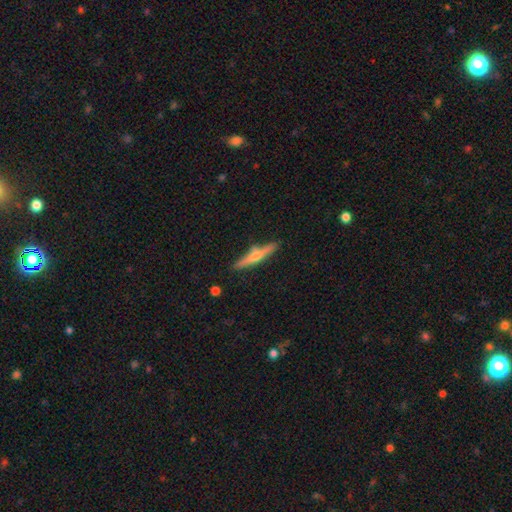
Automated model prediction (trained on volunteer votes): Morphology: type=featured or disk (66%); edge-on=yes (97%); edge-on bulge=rounded (90%); merging=none (88%).